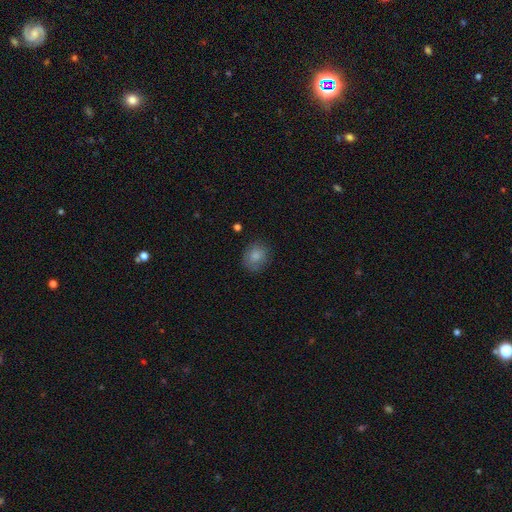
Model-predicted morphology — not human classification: This appears to be a smooth galaxy with no disk features (82%) that is round (65%). Merging: none (79%).